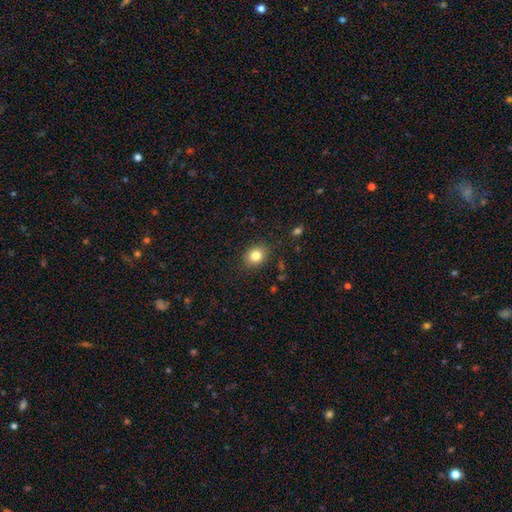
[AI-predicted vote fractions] This appears to be a smooth galaxy with no disk features (82%) that is round (56%). Merging: none (86%).